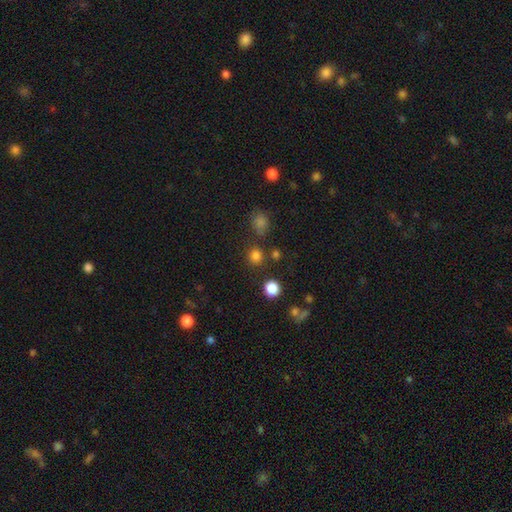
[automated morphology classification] Q: Smooth or featured?
A: smooth (78%); runner-up: star or artifact (18%)
Q: How rounded?
A: round (89%); runner-up: in between (10%)
Q: Merging?
A: none (81%); runner-up: minor disturbance (8%)